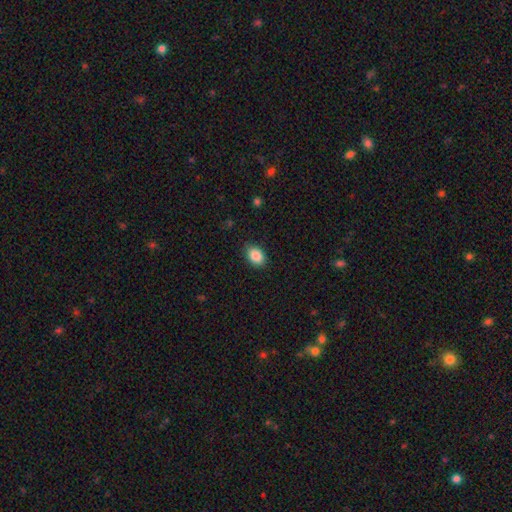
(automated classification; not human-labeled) smooth-or-featured: smooth: 88% | star or artifact: 8% | featured or disk: 4%
  how-rounded: in between: 80% | round: 19% | cigar-shaped: 1%
  merging: none: 86% | minor disturbance: 10% | major disturbance: 2% | merger: 1%